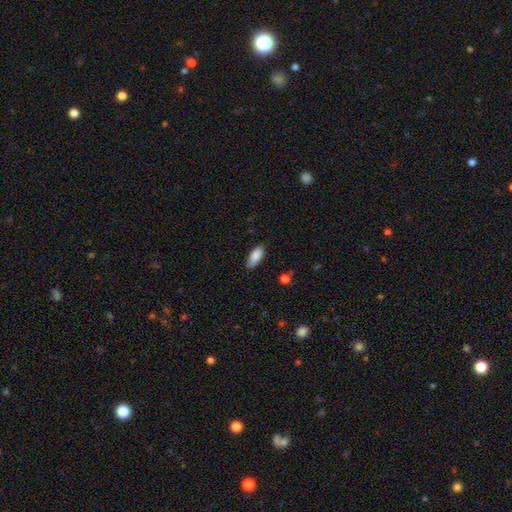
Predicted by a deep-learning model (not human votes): A smooth galaxy with no disk features (87%) that is in between round and cigar-shaped (85%).

Vote fractions:
- Smooth or featured? smooth: 87% / star or artifact: 7% / featured or disk: 6%
- How rounded? in between: 85% / cigar-shaped: 13% / round: 2%
- Merging? none: 77% / minor disturbance: 19% / major disturbance: 3% / merger: 1%